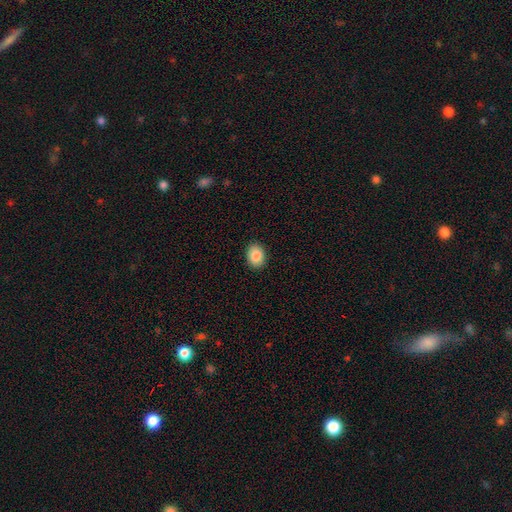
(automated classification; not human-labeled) Smooth or featured?
  - smooth: 87% *
  - star or artifact: 8%
  - featured or disk: 5%
How rounded?
  - in between: 68% *
  - round: 31%
  - cigar-shaped: 1%
Merging?
  - none: 90% *
  - minor disturbance: 7%
  - major disturbance: 2%
  - merger: 1%